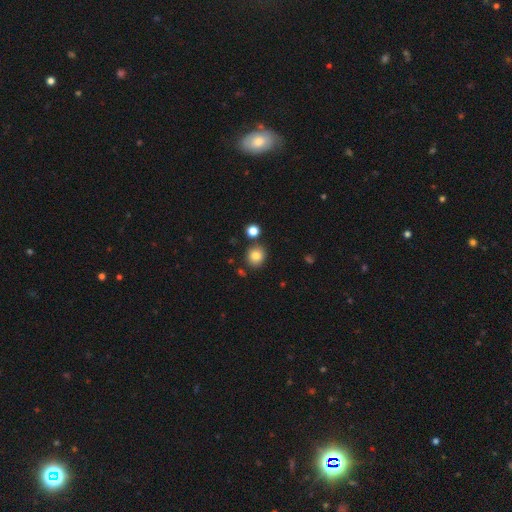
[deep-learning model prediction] Smooth or featured? Predicted: smooth (p=0.82). How rounded? Predicted: round (p=0.87). Merging? Predicted: none (p=0.81).